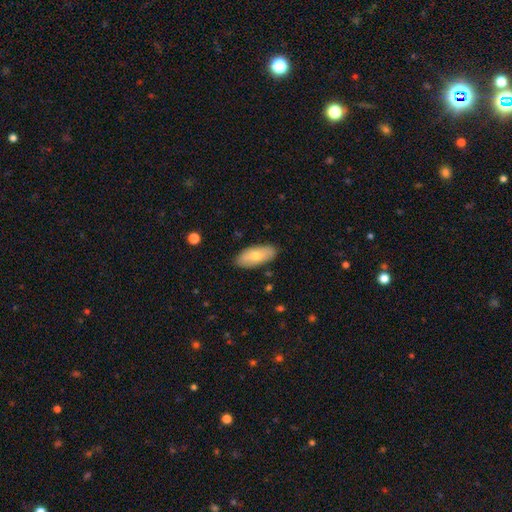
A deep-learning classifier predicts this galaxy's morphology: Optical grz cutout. It shows a smooth galaxy with no disk features (73%) that is in between round and cigar-shaped (87%). Merging: none (86%).